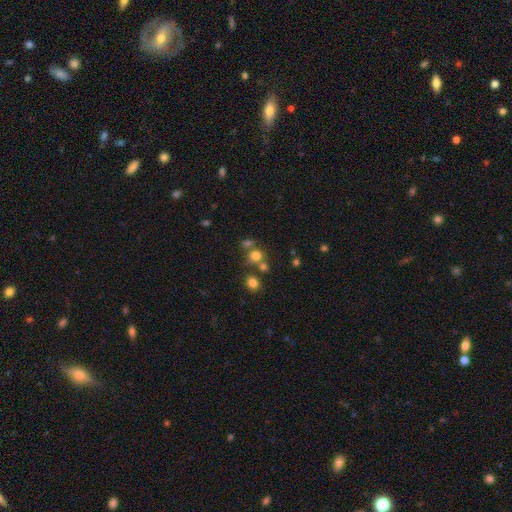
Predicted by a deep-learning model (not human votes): Morphology: type=smooth (71%); roundness=round (81%); merging=none (56%).